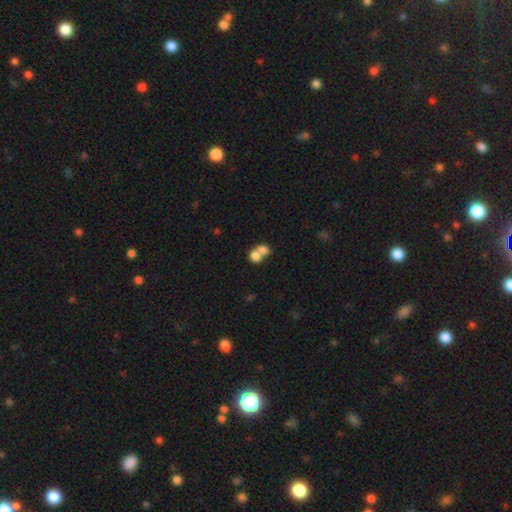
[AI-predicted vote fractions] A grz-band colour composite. It shows a smooth galaxy with no disk features (75%) that is round (56%). Merging: merger (67%).